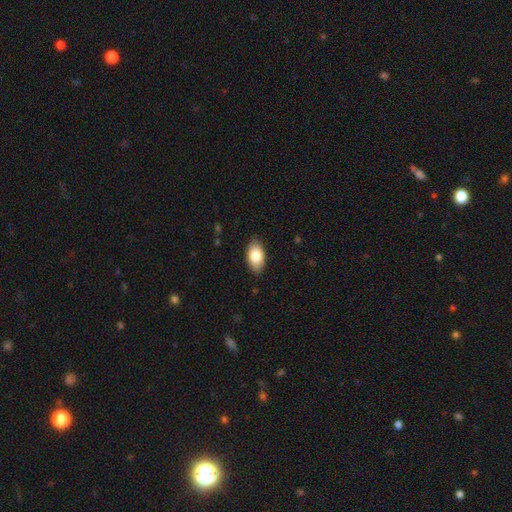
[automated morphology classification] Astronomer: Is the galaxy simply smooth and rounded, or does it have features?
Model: smooth — 84%.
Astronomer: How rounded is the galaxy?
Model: in between — 94%.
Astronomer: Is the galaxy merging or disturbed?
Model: none — 86%.